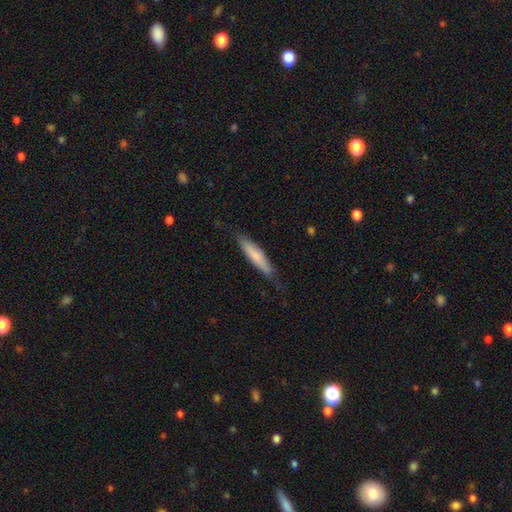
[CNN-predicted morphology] Smooth or featured? Predicted: smooth (p=0.71). How rounded? Predicted: cigar-shaped (p=0.86). Merging? Predicted: none (p=0.75).